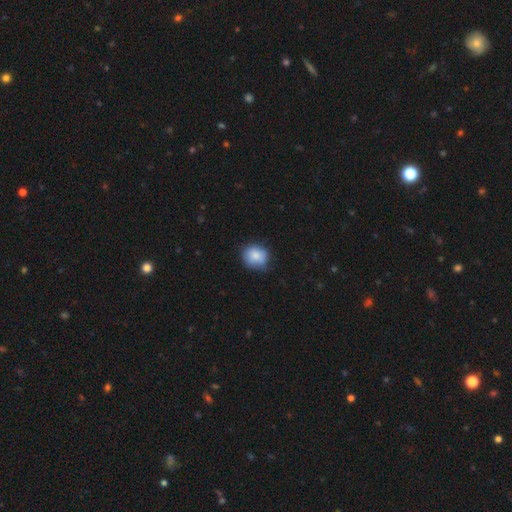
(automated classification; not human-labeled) A smooth galaxy with no disk features (83%) that is round (77%). Merging: none (64%).